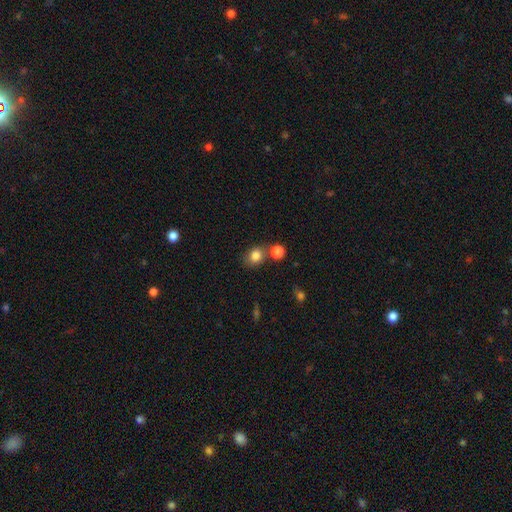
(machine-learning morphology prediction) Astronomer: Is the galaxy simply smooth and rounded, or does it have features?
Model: smooth — 82%.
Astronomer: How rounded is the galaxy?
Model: round — 55% (runner-up: in between, 44%).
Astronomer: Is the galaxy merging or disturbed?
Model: none — 63%.